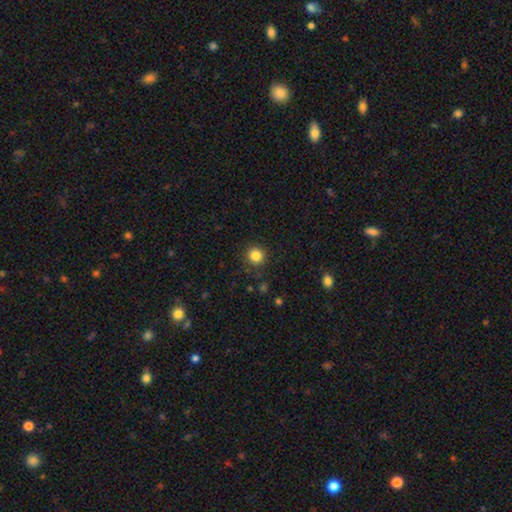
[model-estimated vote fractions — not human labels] smooth-or-featured: smooth: 84% | star or artifact: 11% | featured or disk: 4%
  how-rounded: round: 94% | in between: 5% | cigar-shaped: 1%
  merging: none: 89% | minor disturbance: 7% | major disturbance: 2% | merger: 1%